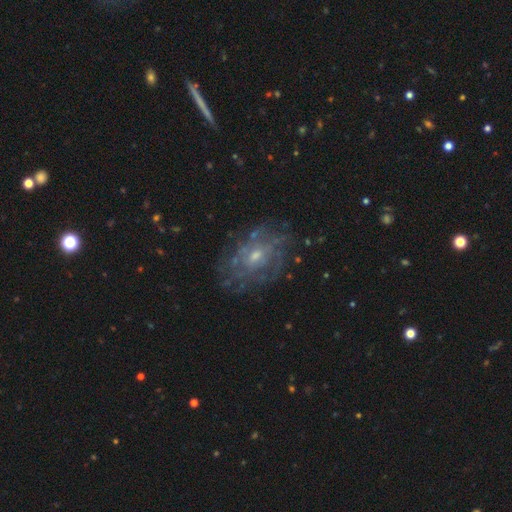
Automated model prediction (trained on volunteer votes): Morphology: type=featured or disk (77%); edge-on=no (96%); bar=no (66%); spiral arms=yes (70%); winding=tight (56%); arm count=can't tell (62%); bulge=small (49%); merging=none (69%).